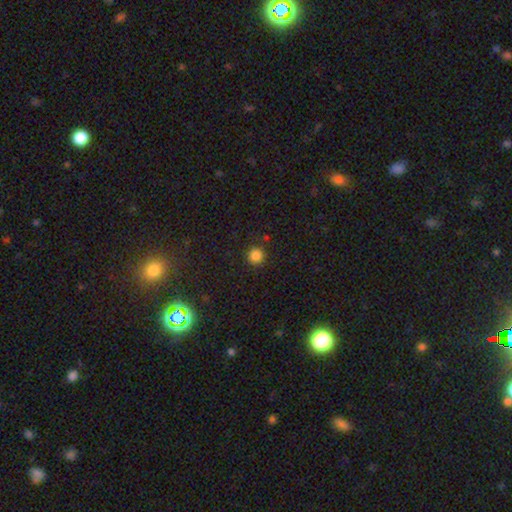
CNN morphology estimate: This appears to be a smooth galaxy with no disk features (83%) that is round (94%). Merging: none (89%).